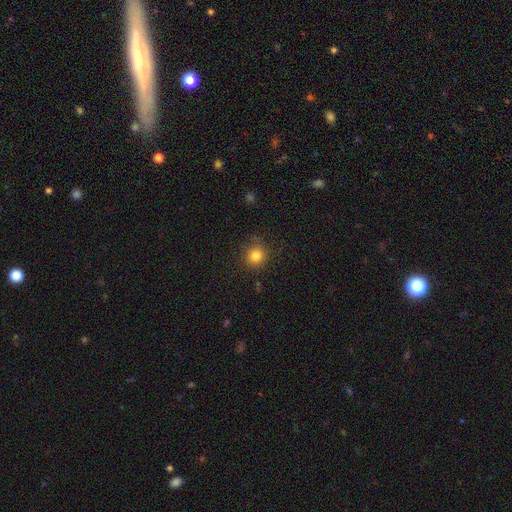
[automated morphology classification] This appears to be a smooth galaxy with no disk features (82%) that is round (91%). Merging: none (85%).